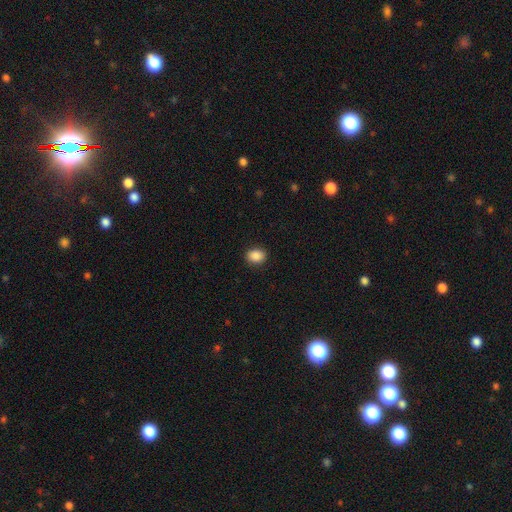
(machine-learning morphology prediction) A smooth galaxy with no disk features (88%) that is in between round and cigar-shaped (54%).

Vote fractions:
- Smooth or featured? smooth: 88% / star or artifact: 8% / featured or disk: 4%
- How rounded? in between: 54% / round: 45% / cigar-shaped: 1%
- Merging? none: 90% / minor disturbance: 7% / major disturbance: 2% / merger: 1%